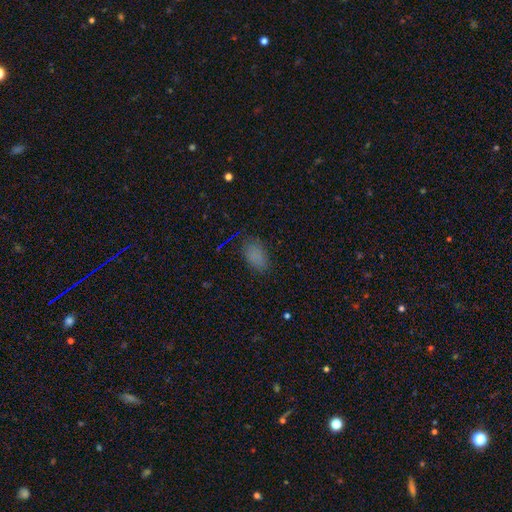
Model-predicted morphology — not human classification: Overall: smooth (81%). How rounded: in between (91%). Merging: none (77%).